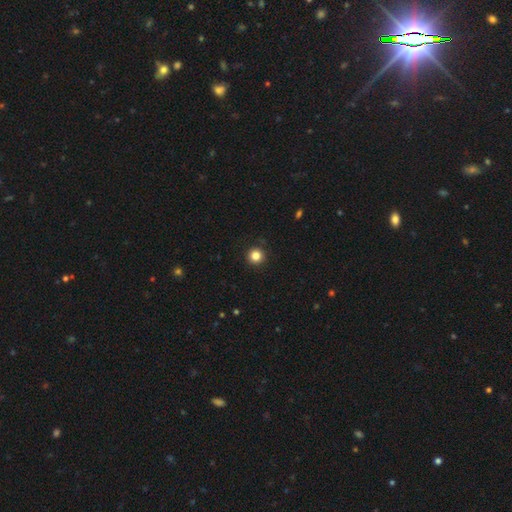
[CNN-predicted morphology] The model was most divided on "smooth or featured": smooth: 83%, star or artifact: 12%, featured or disk: 4%. More confident: how rounded — round (96%); merging — none (92%).